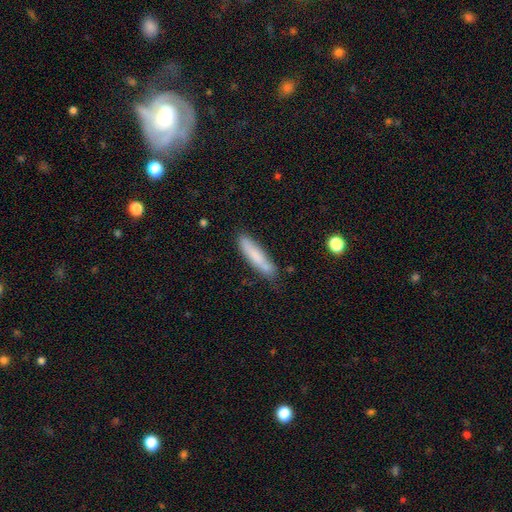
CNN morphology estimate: A smooth galaxy with no disk features (76%) that is cigar-shaped (85%). Merging: none (75%).